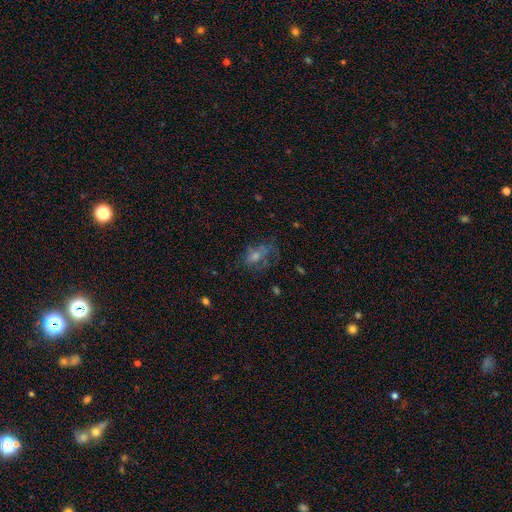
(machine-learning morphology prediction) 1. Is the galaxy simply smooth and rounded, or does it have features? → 41% featured or disk, 33% smooth, 26% star or artifact.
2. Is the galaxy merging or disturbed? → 48% none, 27% major disturbance, 21% minor disturbance, 4% merger.